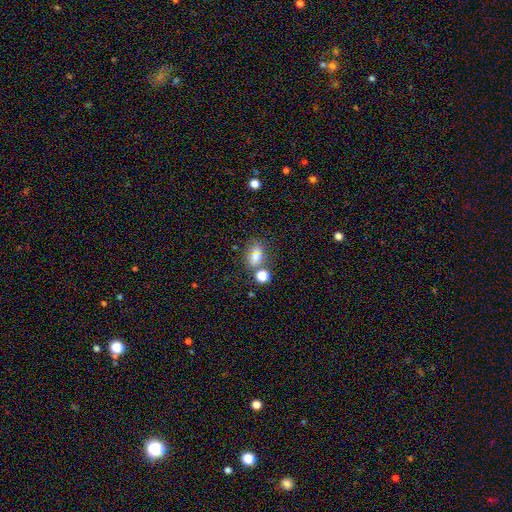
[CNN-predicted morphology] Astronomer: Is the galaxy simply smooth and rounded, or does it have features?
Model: smooth — 66%.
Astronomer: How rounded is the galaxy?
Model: in between — 59% (runner-up: round, 39%).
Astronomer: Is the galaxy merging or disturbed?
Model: none — 58%.